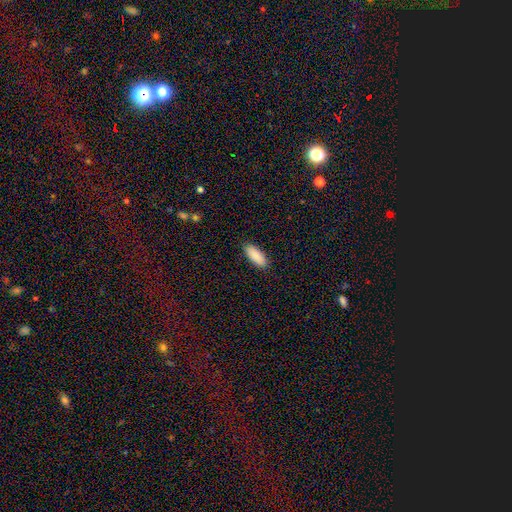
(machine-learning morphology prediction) Smooth or featured?
  - smooth: 89% *
  - star or artifact: 6%
  - featured or disk: 5%
How rounded?
  - in between: 78% *
  - cigar-shaped: 20%
  - round: 2%
Merging?
  - none: 88% *
  - minor disturbance: 9%
  - major disturbance: 2%
  - merger: 1%